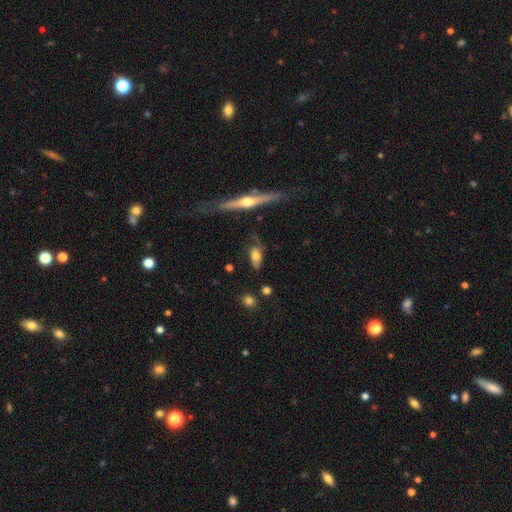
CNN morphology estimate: This is likely a smooth galaxy (61%). How rounded: likely in between (78%). Merging: possibly none (56%).